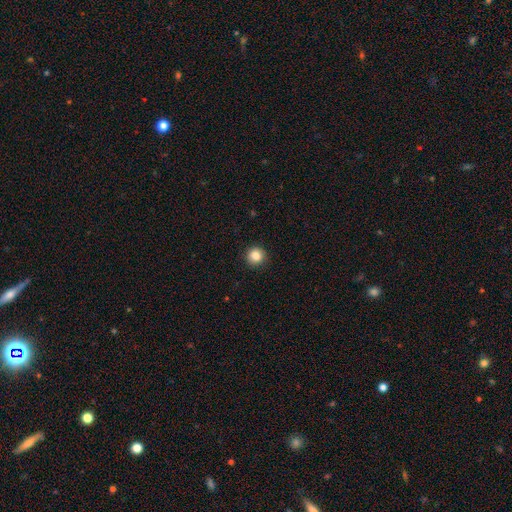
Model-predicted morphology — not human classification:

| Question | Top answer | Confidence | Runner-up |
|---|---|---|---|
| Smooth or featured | smooth | 85% | star or artifact (10%) |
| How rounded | round | 94% | in between (5%) |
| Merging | none | 92% | minor disturbance (6%) |